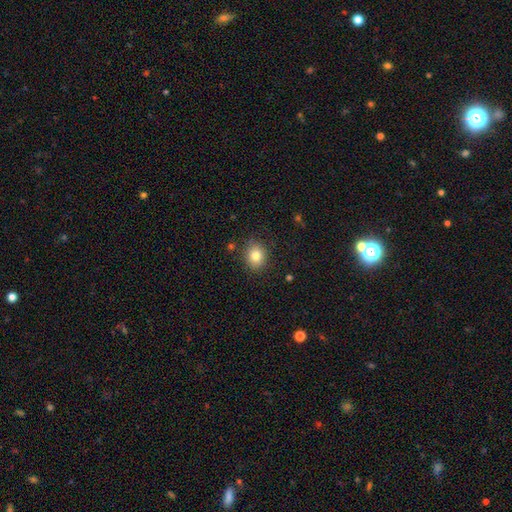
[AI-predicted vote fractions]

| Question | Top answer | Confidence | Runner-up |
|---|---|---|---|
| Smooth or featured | smooth | 81% | star or artifact (11%) |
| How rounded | round | 67% | in between (32%) |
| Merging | none | 85% | minor disturbance (10%) |